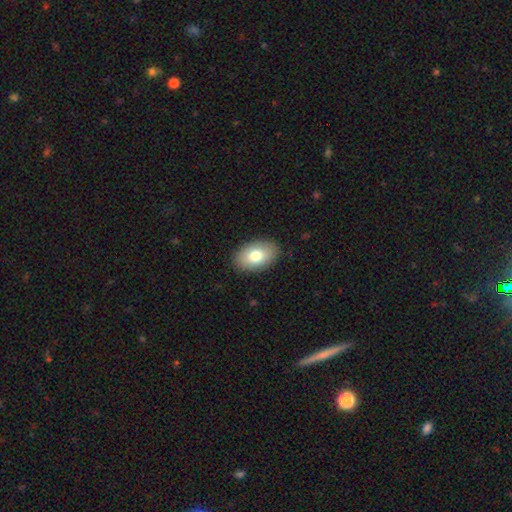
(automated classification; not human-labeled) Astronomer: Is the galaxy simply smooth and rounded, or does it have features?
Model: smooth — 77%.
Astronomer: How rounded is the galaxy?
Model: in between — 91%.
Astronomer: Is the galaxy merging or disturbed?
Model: none — 88%.